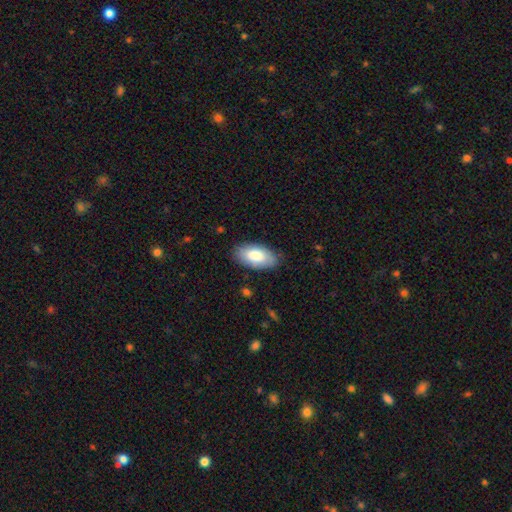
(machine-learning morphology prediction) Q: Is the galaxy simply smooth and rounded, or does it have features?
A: smooth — 80%.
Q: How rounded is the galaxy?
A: in between — 95%.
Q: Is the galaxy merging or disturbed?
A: none — 82%.